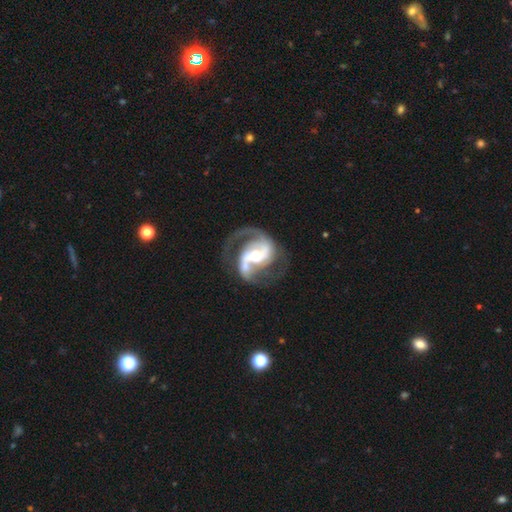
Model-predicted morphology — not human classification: The model was most divided on "bar": strong: 47%, weak: 34%, no: 19%. More confident: edge-on disk — no (98%); spiral arms — yes (97%); smooth or featured — featured or disk (90%); spiral arm count — 2 (87%); merging — none (62%); bulge size — moderate (61%); spiral winding — medium (55%).